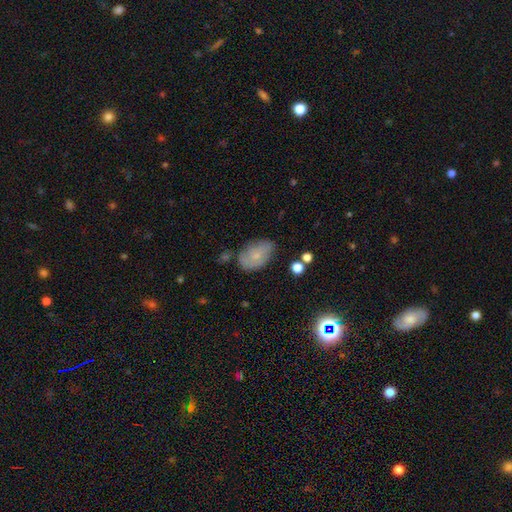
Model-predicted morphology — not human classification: type=smooth (64%); roundness=in between (90%); merging=none (62%).